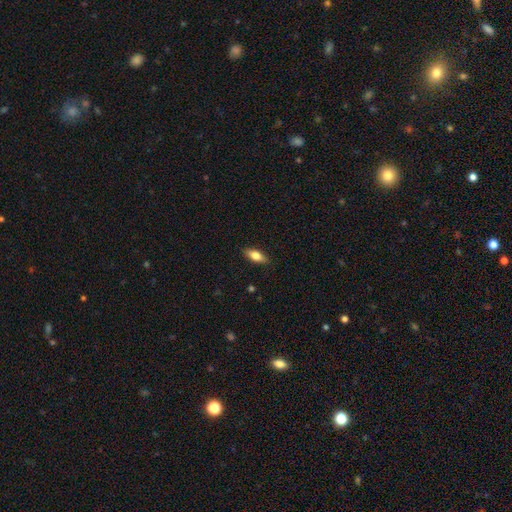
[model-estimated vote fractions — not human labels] smooth_or_featured: smooth (p=0.71) [alt: featured or disk p=0.23]
how_rounded: in between (p=0.72) [alt: cigar-shaped p=0.26]
merging: none (p=0.87) [alt: minor disturbance p=0.10]